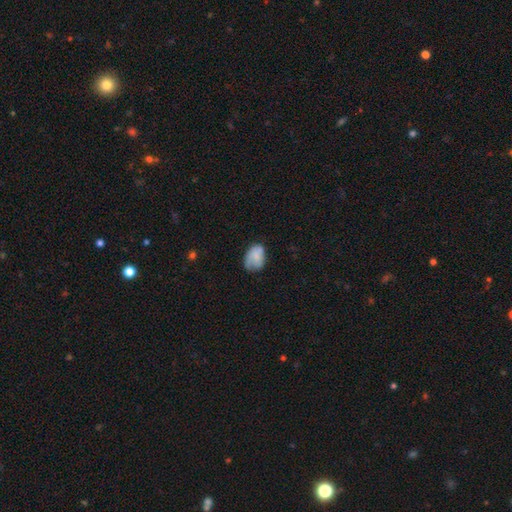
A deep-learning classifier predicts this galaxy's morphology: A smooth galaxy with no disk features (74%) that is in between round and cigar-shaped (78%). Merging: none (47%).